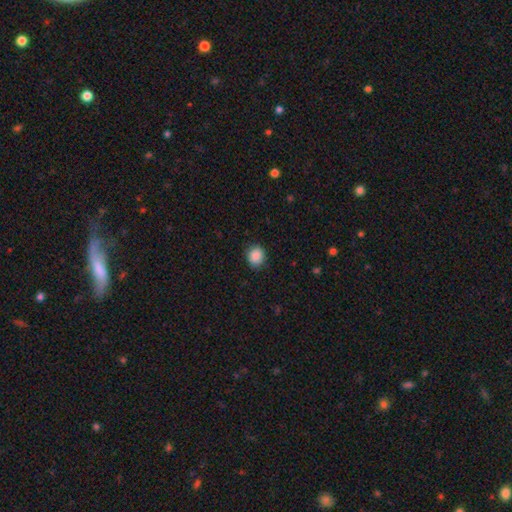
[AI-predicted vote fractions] smooth_or_featured: smooth (p=0.88) [alt: star or artifact p=0.09]
how_rounded: round (p=0.74) [alt: in between p=0.25]
merging: none (p=0.87) [alt: minor disturbance p=0.10]